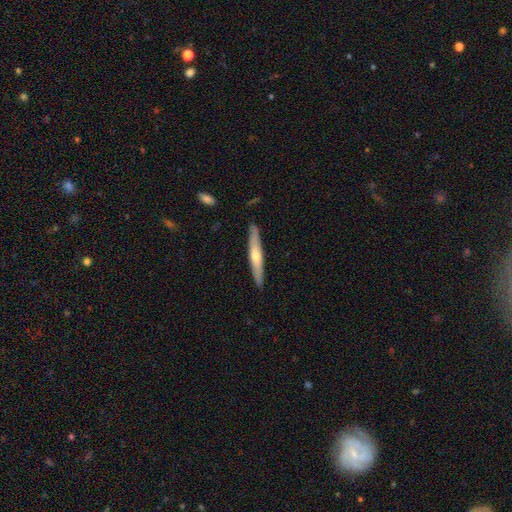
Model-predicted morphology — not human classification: This is possibly a featured or disk galaxy (56%). It is clearly viewed edge-on (92%). Edge-on bulge: likely rounded (80%). Merging: clearly none (89%).